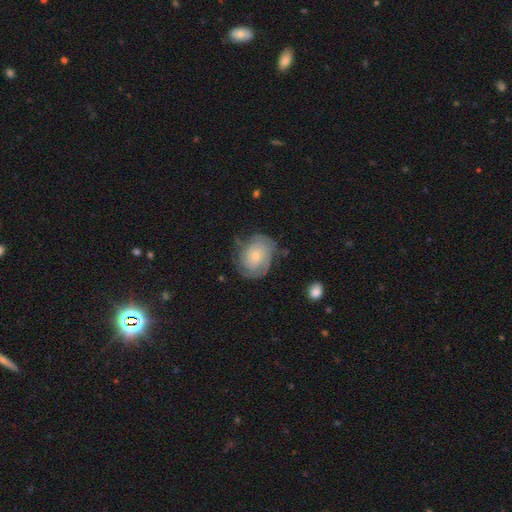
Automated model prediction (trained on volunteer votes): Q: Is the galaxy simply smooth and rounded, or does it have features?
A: featured or disk — 76%.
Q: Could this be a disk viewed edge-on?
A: no — 98%.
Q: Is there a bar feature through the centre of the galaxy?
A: no — 77%.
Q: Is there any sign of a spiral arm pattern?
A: yes — 93%.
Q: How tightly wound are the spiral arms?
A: tight — 72%.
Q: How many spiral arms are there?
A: can't tell — 36%.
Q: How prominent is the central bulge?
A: small — 71%.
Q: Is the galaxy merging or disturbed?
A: none — 68%.